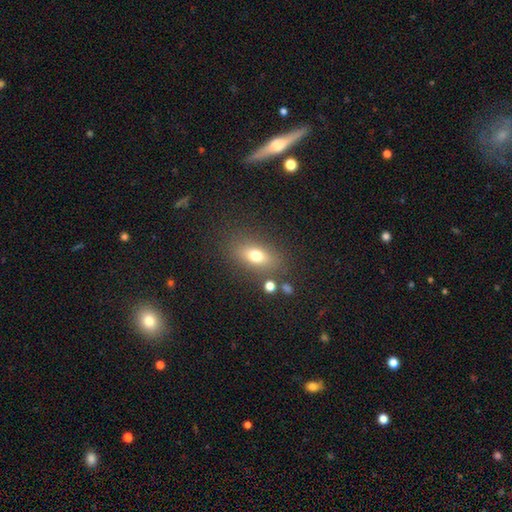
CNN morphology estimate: The model was most divided on "smooth or featured": smooth: 72%, featured or disk: 16%, star or artifact: 11%. More confident: merging — none (79%); how rounded — in between (76%).